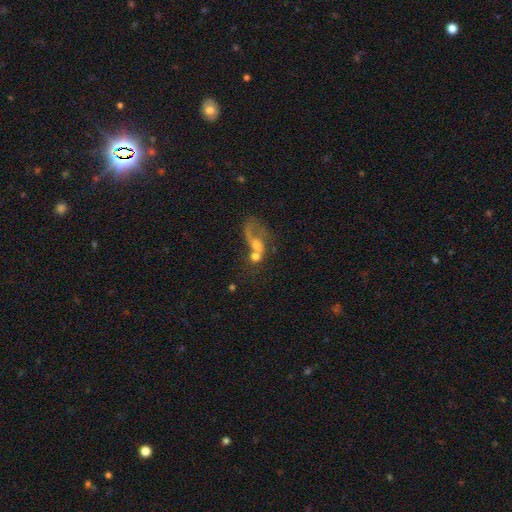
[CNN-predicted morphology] A featured or disk galaxy (46%).

Vote fractions:
- Smooth or featured? featured or disk: 46% / smooth: 40% / star or artifact: 14%
- Merging? merger: 53% / major disturbance: 24% / none: 15% / minor disturbance: 8%